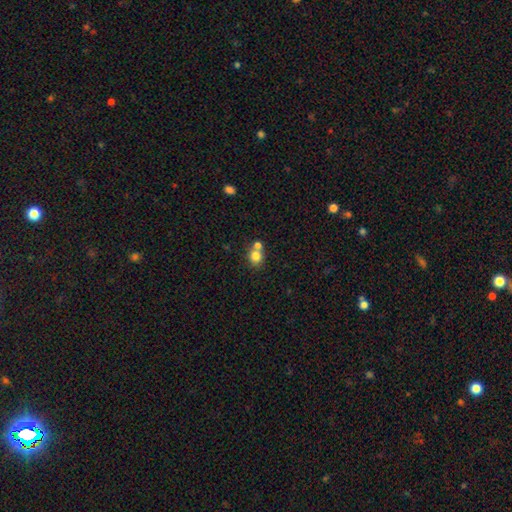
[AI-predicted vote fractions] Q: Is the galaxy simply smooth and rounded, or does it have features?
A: smooth — 80%.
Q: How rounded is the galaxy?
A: round — 77%.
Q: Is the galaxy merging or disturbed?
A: none — 49%.